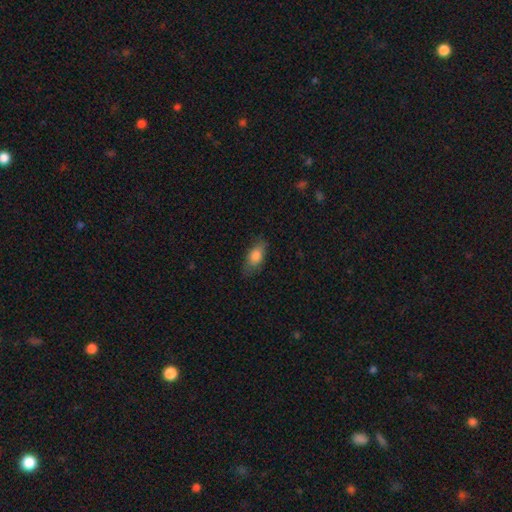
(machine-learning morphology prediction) smooth_or_featured: smooth (p=0.81) [alt: featured or disk p=0.12]
how_rounded: in between (p=0.87) [alt: cigar-shaped p=0.08]
merging: none (p=0.75) [alt: minor disturbance p=0.19]